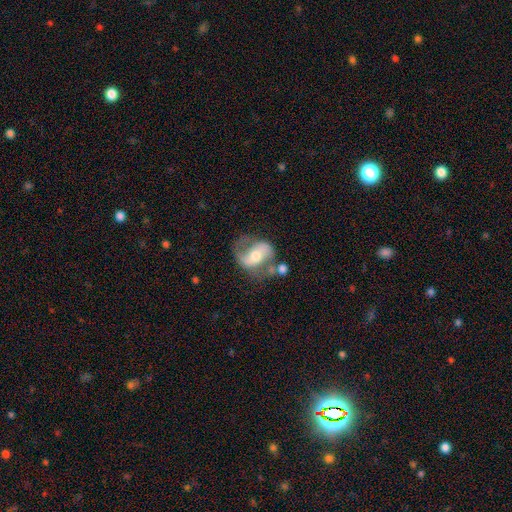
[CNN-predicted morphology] Overall: featured or disk (76%). Edge-on disk: no (96%). Bar: weak (37%; strong 32%). Spiral arms: yes (86%). Spiral arm count: 2 (82%). Spiral winding: medium (44%; loose 42%). Bulge size: moderate (64%; small 25%). Merging: none (50%; minor disturbance 21%).